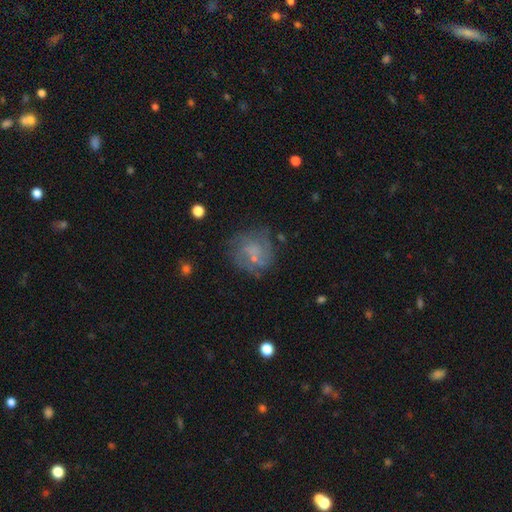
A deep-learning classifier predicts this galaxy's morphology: smooth_or_featured: featured or disk (p=0.49) [alt: smooth p=0.38]
merging: none (p=0.62) [alt: minor disturbance p=0.20]